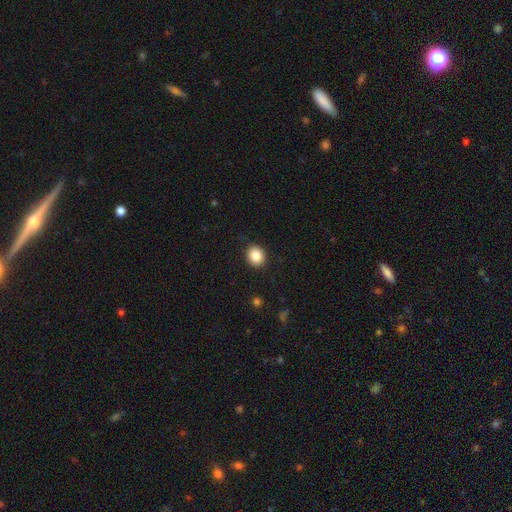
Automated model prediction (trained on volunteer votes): This is clearly a smooth galaxy (86%). How rounded: likely round (67%). Merging: clearly none (90%).